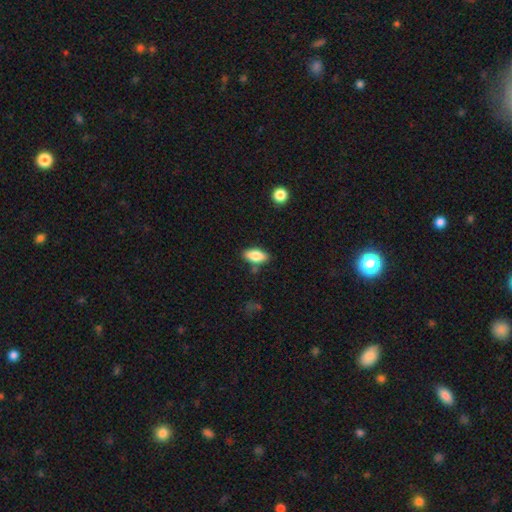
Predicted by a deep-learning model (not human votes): This is clearly a smooth galaxy (83%). How rounded: clearly in between (90%). Merging: clearly none (81%).